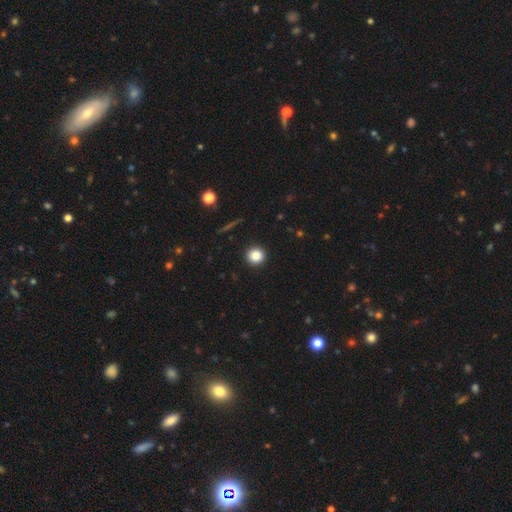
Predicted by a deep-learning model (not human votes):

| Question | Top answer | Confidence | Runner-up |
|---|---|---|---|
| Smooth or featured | smooth | 84% | star or artifact (10%) |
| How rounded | round | 94% | in between (5%) |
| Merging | none | 93% | minor disturbance (5%) |